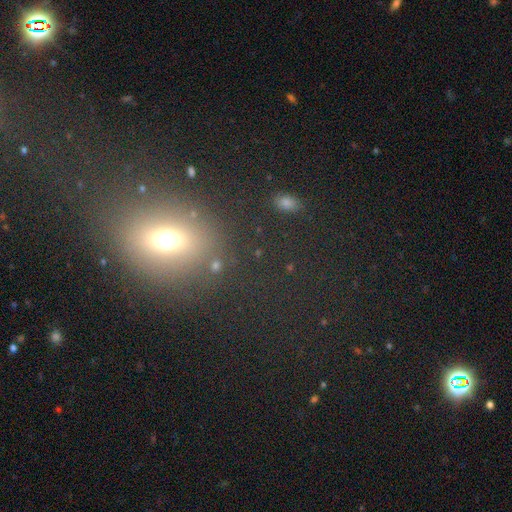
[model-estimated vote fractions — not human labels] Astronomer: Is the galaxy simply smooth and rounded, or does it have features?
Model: smooth — 53% (runner-up: star or artifact, 31%).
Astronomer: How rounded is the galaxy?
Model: in between — 56% (runner-up: round, 39%).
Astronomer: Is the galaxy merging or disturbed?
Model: none — 69%.